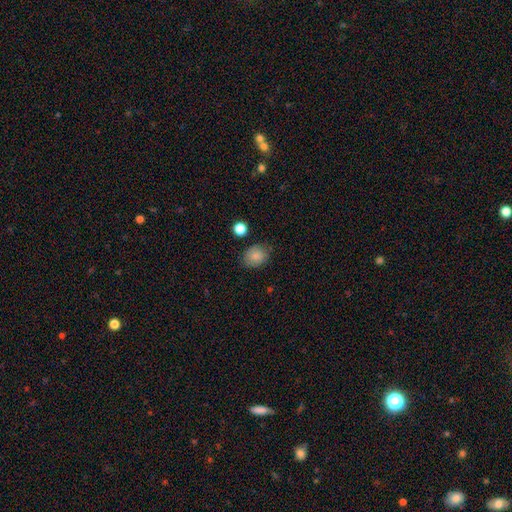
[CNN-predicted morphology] A smooth galaxy with no disk features (83%) that is in between round and cigar-shaped (51%).

Vote fractions:
- Smooth or featured? smooth: 83% / star or artifact: 9% / featured or disk: 8%
- How rounded? in between: 51% / round: 48% / cigar-shaped: 1%
- Merging? none: 78% / minor disturbance: 16% / major disturbance: 4% / merger: 2%